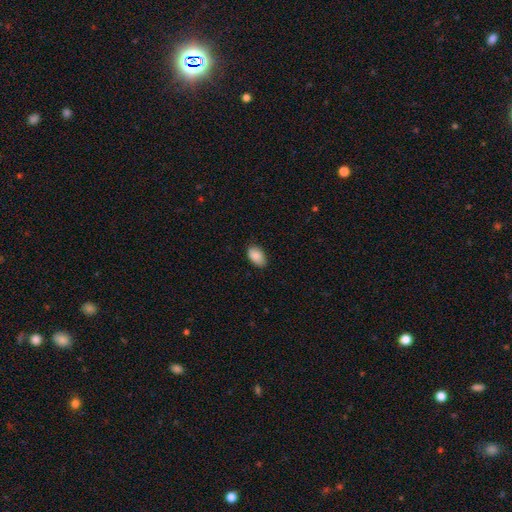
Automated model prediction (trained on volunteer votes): Smooth or featured: smooth — 89% (star or artifact — 7%)
How rounded: in between — 92% (round — 6%)
Merging: none — 83% (minor disturbance — 14%)